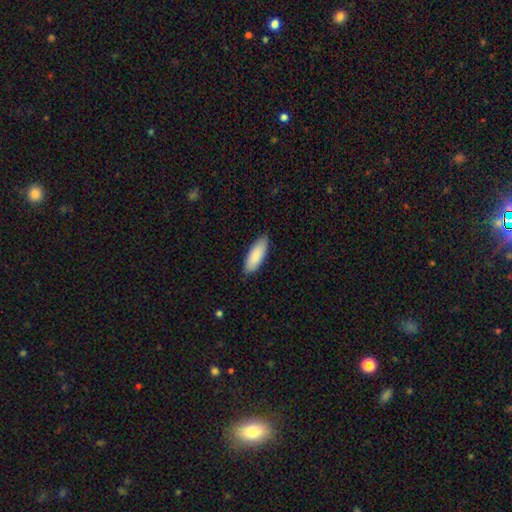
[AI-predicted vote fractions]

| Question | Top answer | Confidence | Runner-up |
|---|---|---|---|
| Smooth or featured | smooth | 86% | featured or disk (8%) |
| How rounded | in between | 73% | cigar-shaped (25%) |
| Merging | none | 84% | minor disturbance (13%) |